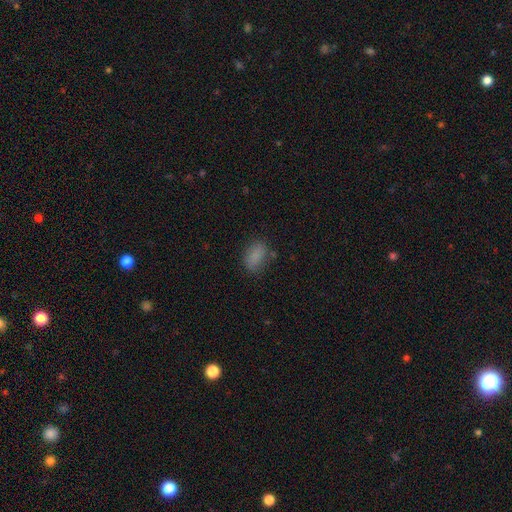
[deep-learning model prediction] Smooth or featured?
  - smooth: 84% *
  - star or artifact: 10%
  - featured or disk: 6%
How rounded?
  - in between: 89% *
  - round: 8%
  - cigar-shaped: 3%
Merging?
  - none: 75% *
  - minor disturbance: 17%
  - major disturbance: 5%
  - merger: 3%